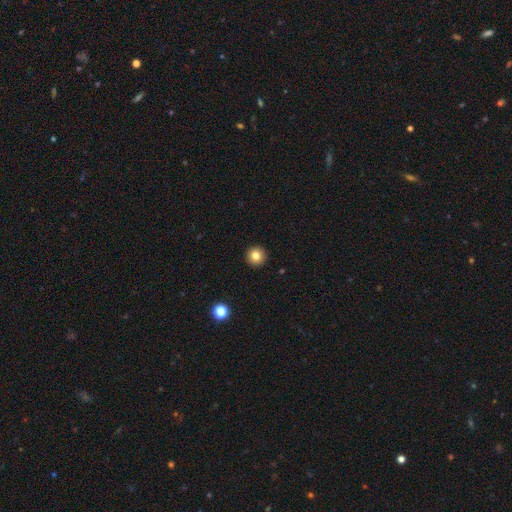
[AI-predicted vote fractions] This is clearly a smooth galaxy (82%). How rounded: clearly round (96%). Merging: clearly none (93%).